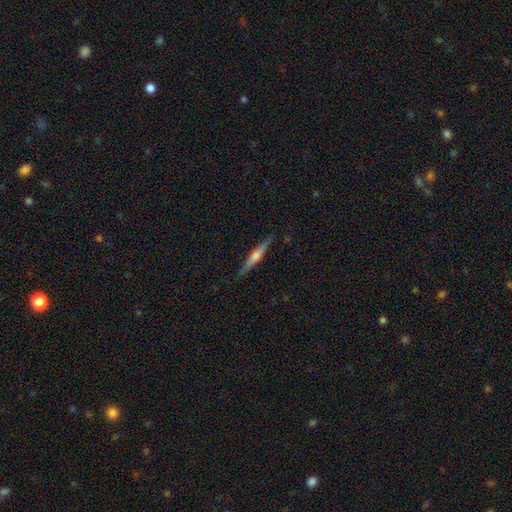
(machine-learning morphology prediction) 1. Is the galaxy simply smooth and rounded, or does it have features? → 64% featured or disk, 31% smooth, 5% star or artifact.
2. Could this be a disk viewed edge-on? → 97% yes, 3% no.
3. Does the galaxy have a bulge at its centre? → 78% rounded, 12% none, 11% boxy.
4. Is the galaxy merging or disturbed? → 87% none, 10% minor disturbance, 2% major disturbance, 1% merger.